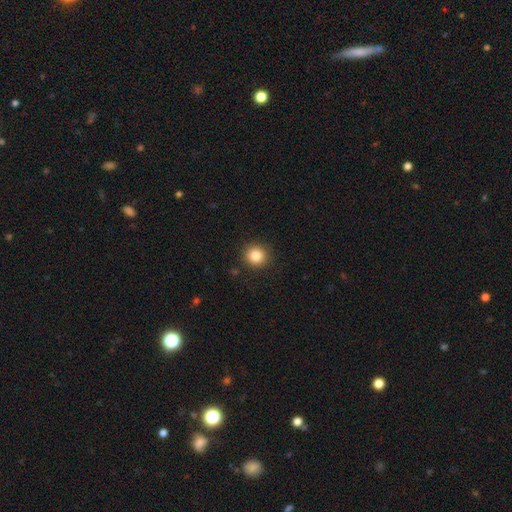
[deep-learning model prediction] This appears to be a smooth galaxy with no disk features (86%) that is round (92%). Merging: none (90%).